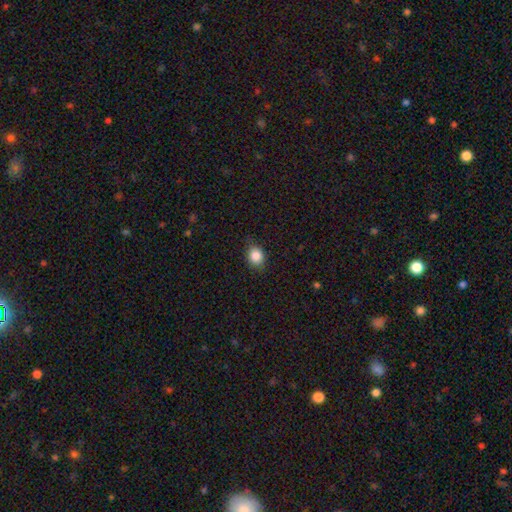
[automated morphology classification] Smooth or featured? smooth (86%)
How rounded? round (53%)
Merging? none (82%)